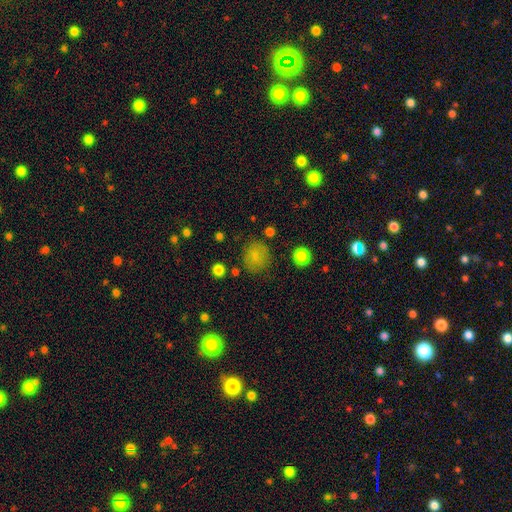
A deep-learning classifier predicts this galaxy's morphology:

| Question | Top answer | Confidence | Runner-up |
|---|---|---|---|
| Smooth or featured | smooth | 79% | star or artifact (13%) |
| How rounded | round | 80% | in between (19%) |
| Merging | none | 78% | minor disturbance (14%) |